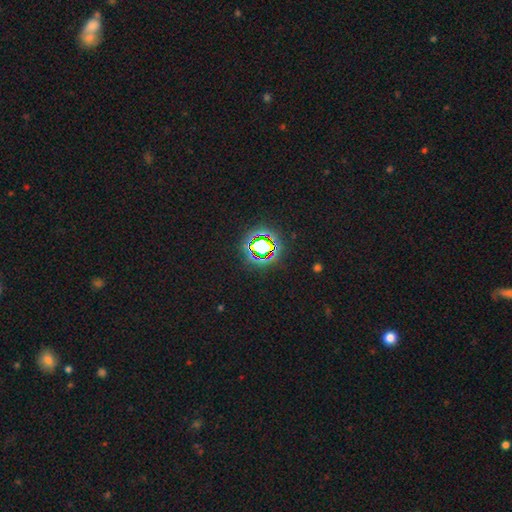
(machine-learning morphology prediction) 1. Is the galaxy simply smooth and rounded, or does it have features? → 79% star or artifact, 13% smooth, 7% featured or disk.